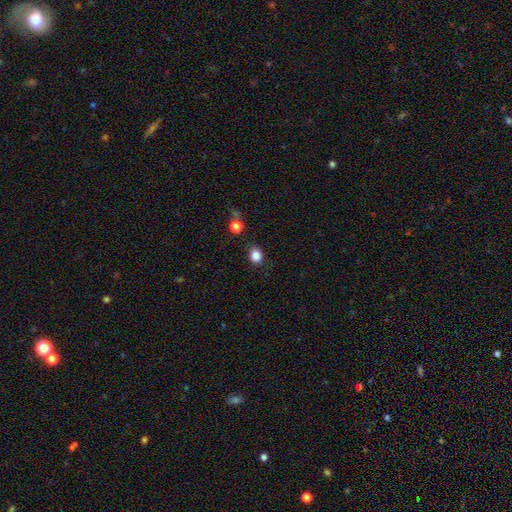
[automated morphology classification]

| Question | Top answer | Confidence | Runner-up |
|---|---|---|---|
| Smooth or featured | smooth | 84% | star or artifact (11%) |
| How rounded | round | 68% | in between (31%) |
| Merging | none | 84% | minor disturbance (10%) |